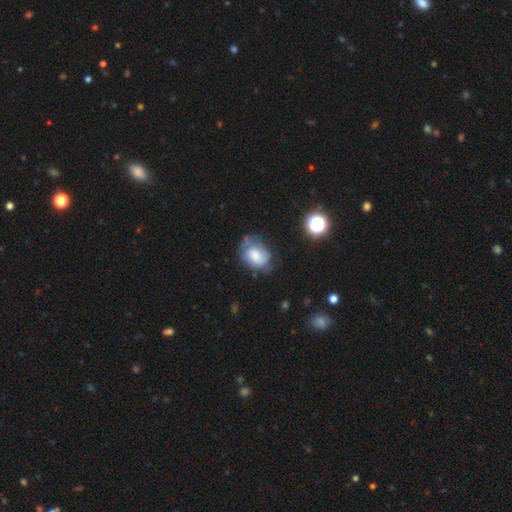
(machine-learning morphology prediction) smooth_or_featured: smooth (p=0.52) [alt: featured or disk p=0.38]
how_rounded: in between (p=0.59) [alt: round p=0.40]
merging: none (p=0.46) [alt: minor disturbance p=0.31]